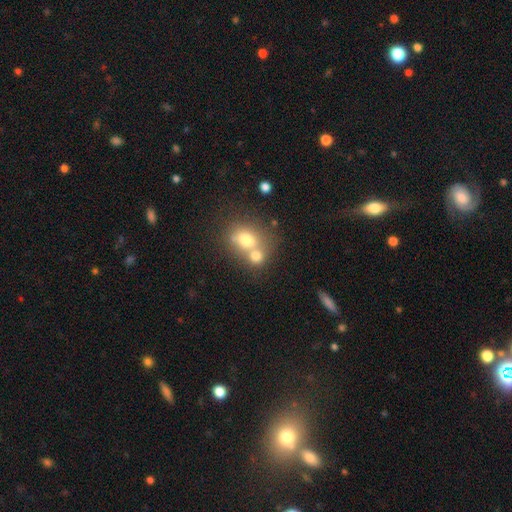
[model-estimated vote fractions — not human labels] The model was most divided on "how rounded": round: 63%, in between: 35%, cigar-shaped: 1%. More confident: smooth or featured — smooth (71%); merging — merger (59%).